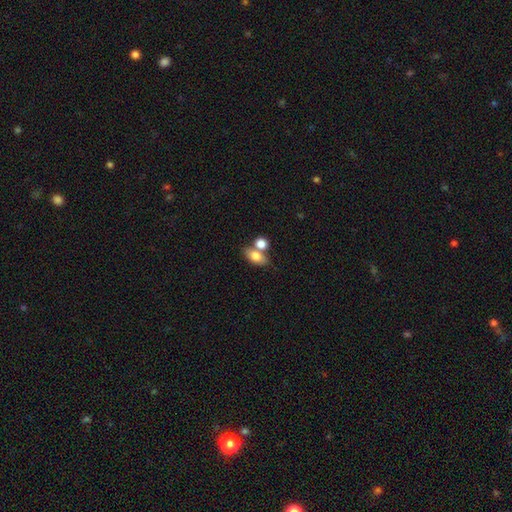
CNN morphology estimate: smooth_or_featured: smooth (p=0.77) [alt: featured or disk p=0.14]
how_rounded: in between (p=0.81) [alt: round p=0.15]
merging: none (p=0.45) [alt: merger p=0.39]